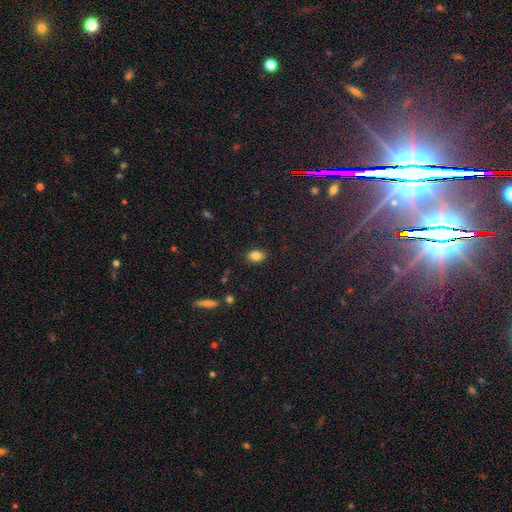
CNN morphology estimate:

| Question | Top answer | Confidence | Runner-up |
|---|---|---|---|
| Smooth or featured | smooth | 83% | star or artifact (10%) |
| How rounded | in between | 83% | round (15%) |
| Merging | none | 86% | minor disturbance (10%) |